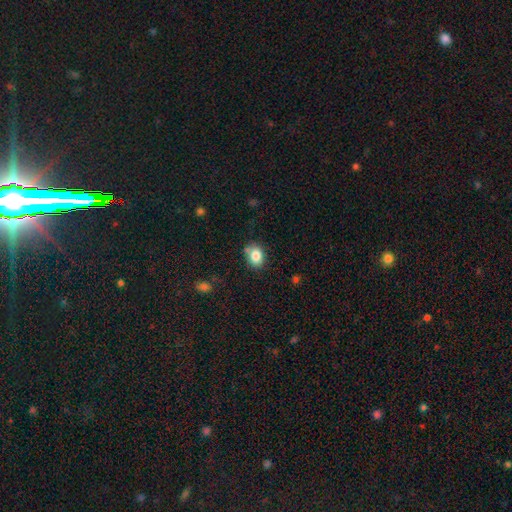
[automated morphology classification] This appears to be a smooth galaxy with no disk features (83%) that is in between round and cigar-shaped (61%). Merging: none (71%).